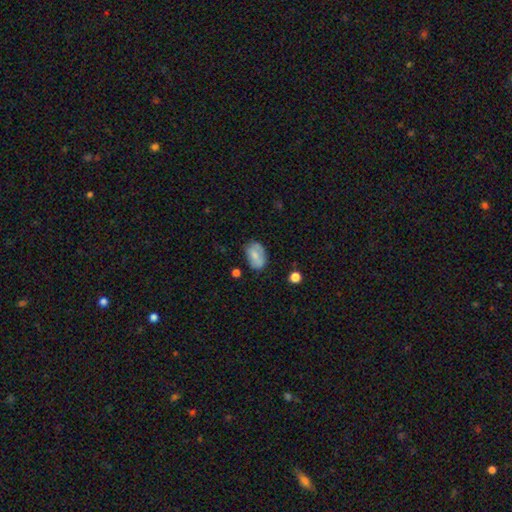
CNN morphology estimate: This is likely a smooth galaxy (71%). How rounded: clearly in between (85%). Merging: likely none (64%).